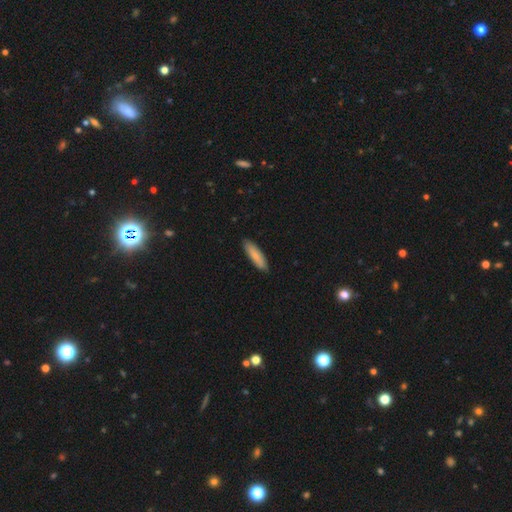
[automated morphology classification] A smooth galaxy with no disk features (84%) that is cigar-shaped (66%).

Vote fractions:
- Smooth or featured? smooth: 84% / featured or disk: 11% / star or artifact: 5%
- How rounded? cigar-shaped: 66% / in between: 33% / round: 1%
- Merging? none: 88% / minor disturbance: 9% / major disturbance: 2% / merger: 1%